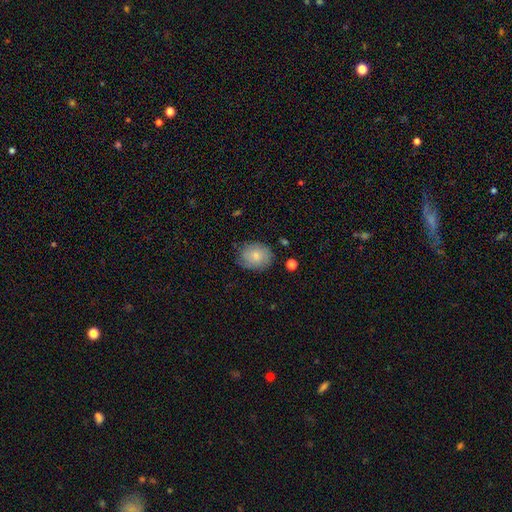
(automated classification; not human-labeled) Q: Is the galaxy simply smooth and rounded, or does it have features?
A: smooth — 74%.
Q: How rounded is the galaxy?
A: round — 51%.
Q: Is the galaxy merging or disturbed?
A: none — 73%.